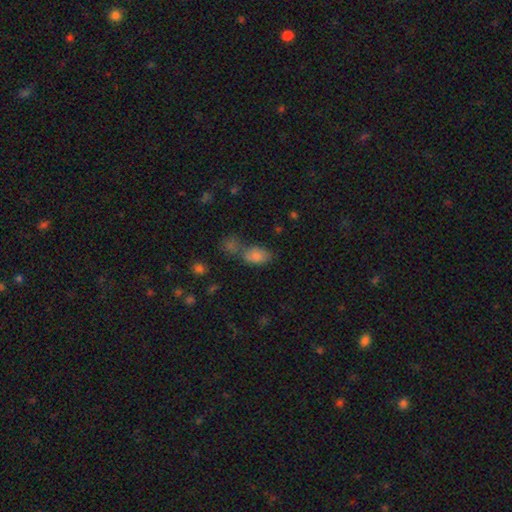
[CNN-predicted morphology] smooth 81%, star or artifact 12%, featured or disk 7%. Down the decision tree: how rounded — in between (89%); merging — none (44%).